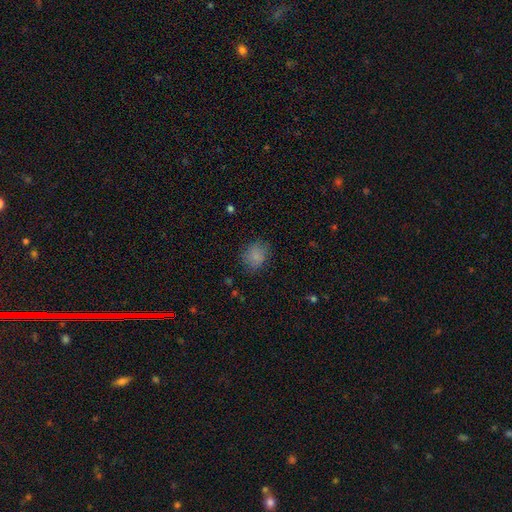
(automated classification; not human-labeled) A smooth galaxy with no disk features (84%) that is round (64%). Merging: none (78%).